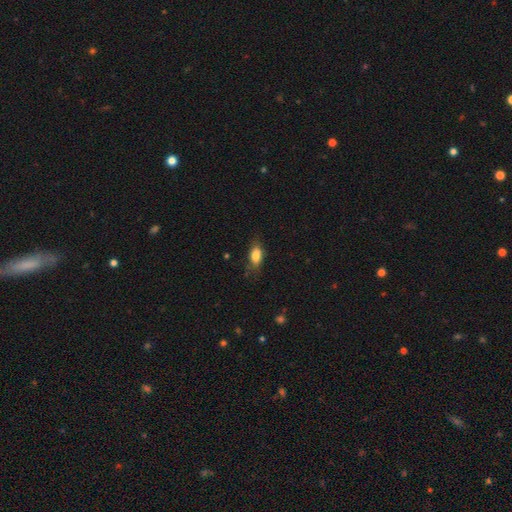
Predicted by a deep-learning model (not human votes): Smooth or featured? smooth (79%)
How rounded? in between (84%)
Merging? none (70%)